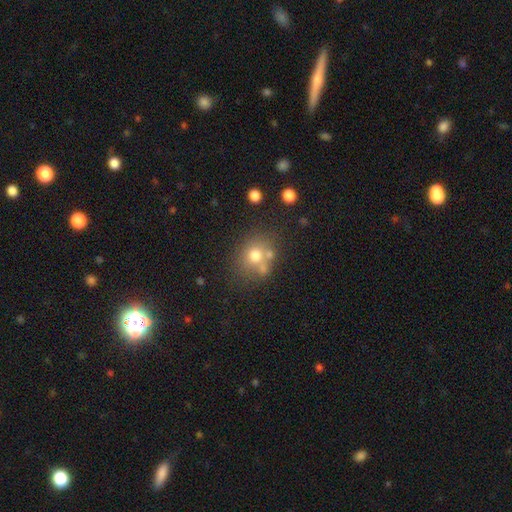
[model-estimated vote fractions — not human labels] The model was most divided on "merging": none: 57%, merger: 21%, minor disturbance: 15%, major disturbance: 7%. More confident: how rounded — round (71%); smooth or featured — smooth (69%).